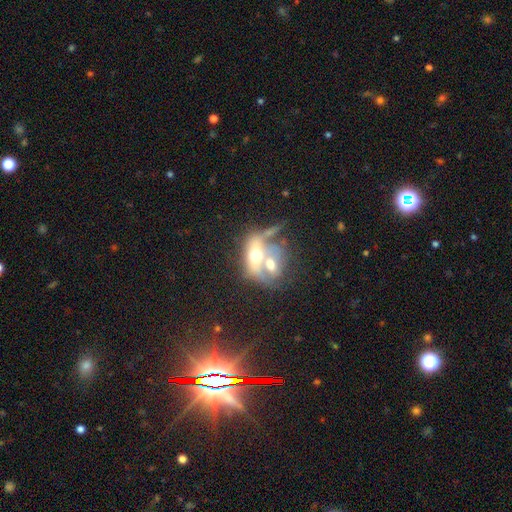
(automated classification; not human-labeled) This is possibly a smooth galaxy (49%). Merging: likely merger (70%).